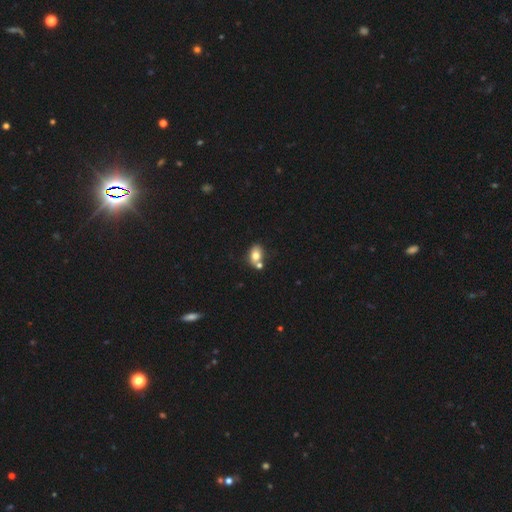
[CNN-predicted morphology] Overall: smooth (77%). How rounded: in between (70%). Merging: none (52%; merger 32%).